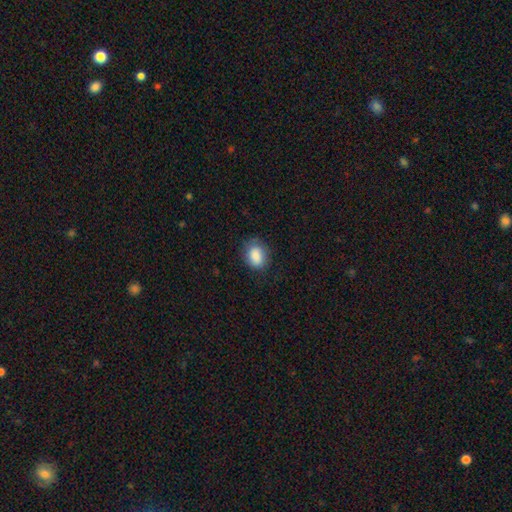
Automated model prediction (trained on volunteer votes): A smooth galaxy with no disk features (86%) that is in between round and cigar-shaped (63%).

Vote fractions:
- Smooth or featured? smooth: 86% / star or artifact: 8% / featured or disk: 7%
- How rounded? in between: 63% / round: 36% / cigar-shaped: 1%
- Merging? none: 73% / minor disturbance: 20% / major disturbance: 5% / merger: 1%